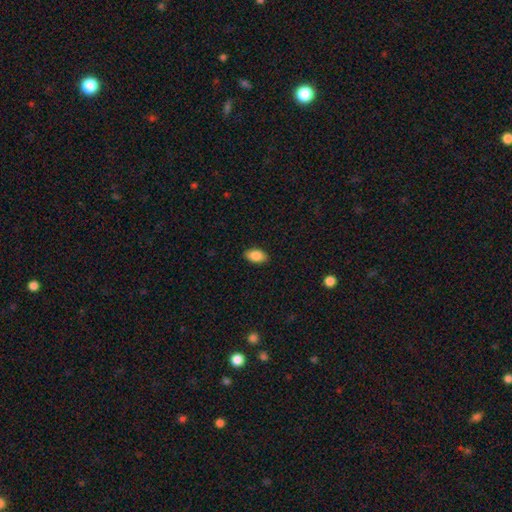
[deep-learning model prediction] Smooth or featured?
  - smooth: 87% *
  - star or artifact: 7%
  - featured or disk: 6%
How rounded?
  - in between: 93% *
  - round: 4%
  - cigar-shaped: 2%
Merging?
  - none: 89% *
  - minor disturbance: 8%
  - major disturbance: 2%
  - merger: 1%